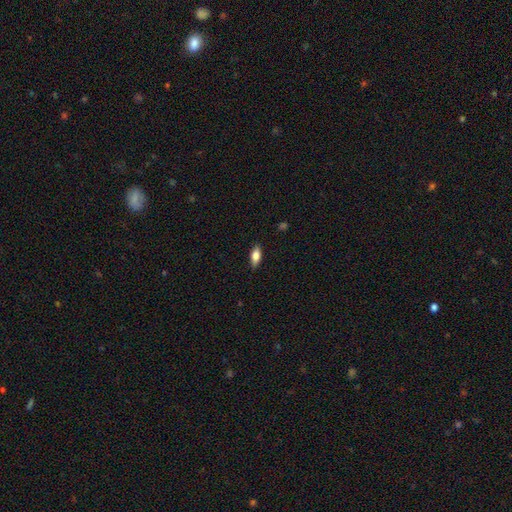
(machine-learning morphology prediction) smooth_or_featured: smooth (p=0.76) [alt: featured or disk p=0.17]
how_rounded: in between (p=0.80) [alt: cigar-shaped p=0.17]
merging: none (p=0.87) [alt: minor disturbance p=0.10]